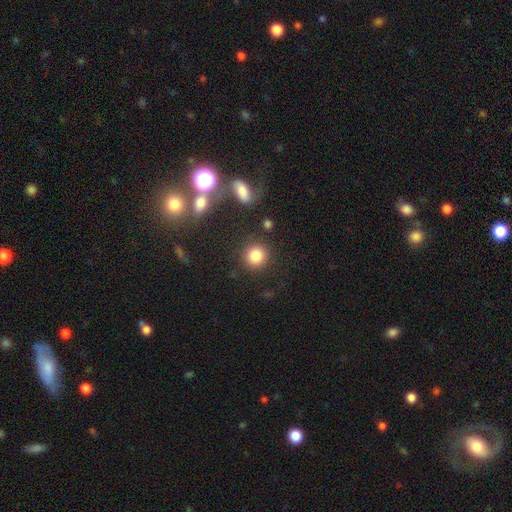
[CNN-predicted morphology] smooth-or-featured: smooth: 84% | star or artifact: 10% | featured or disk: 6%
  how-rounded: round: 88% | in between: 11% | cigar-shaped: 1%
  merging: none: 83% | minor disturbance: 9% | merger: 4% | major disturbance: 4%